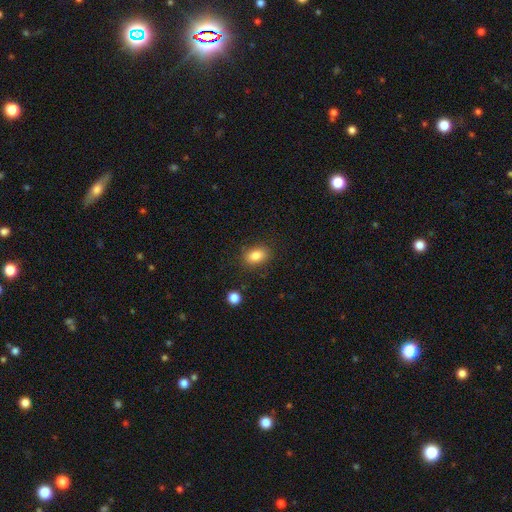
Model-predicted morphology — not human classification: Overall: smooth (84%). How rounded: in between (78%). Merging: none (85%).